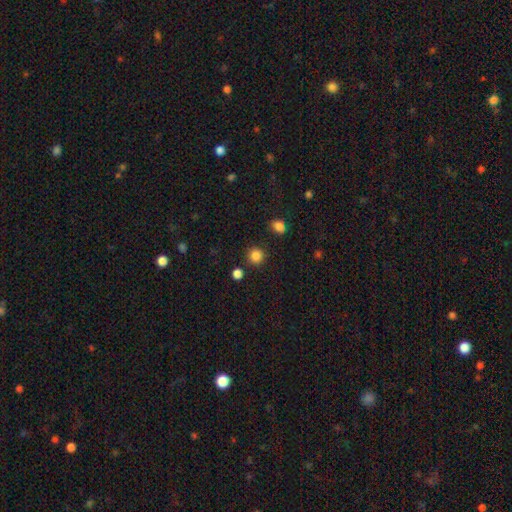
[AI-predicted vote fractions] Smooth or featured? smooth (85%)
How rounded? round (92%)
Merging? none (86%)